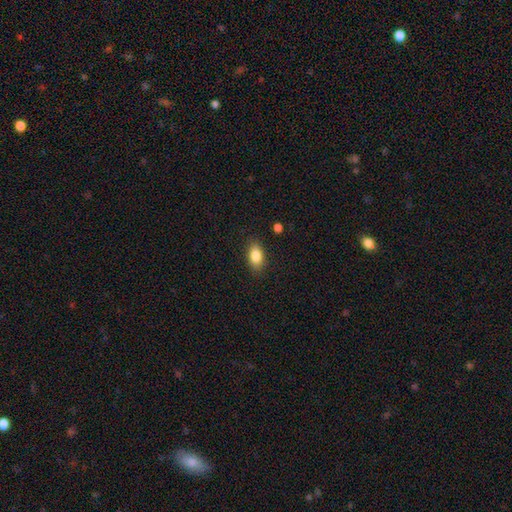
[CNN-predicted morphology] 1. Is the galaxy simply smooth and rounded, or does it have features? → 85% smooth, 8% star or artifact, 7% featured or disk.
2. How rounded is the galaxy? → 88% in between, 9% round, 3% cigar-shaped.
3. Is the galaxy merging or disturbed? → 86% none, 10% minor disturbance, 3% major disturbance, 1% merger.